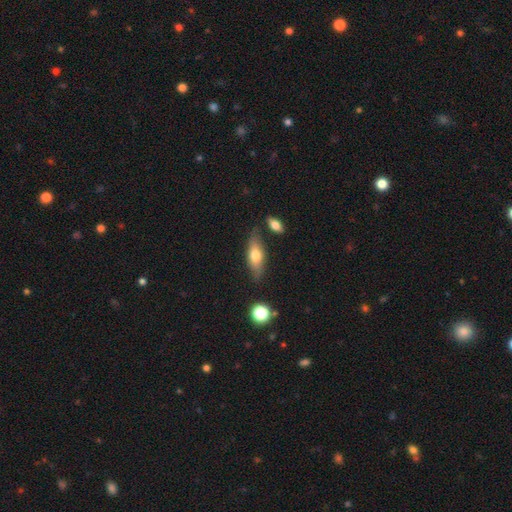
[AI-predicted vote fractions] A smooth galaxy with no disk features (62%) that is in between round and cigar-shaped (67%).

Vote fractions:
- Smooth or featured? smooth: 62% / featured or disk: 31% / star or artifact: 7%
- How rounded? in between: 67% / cigar-shaped: 29% / round: 4%
- Merging? none: 74% / minor disturbance: 17% / merger: 6% / major disturbance: 4%